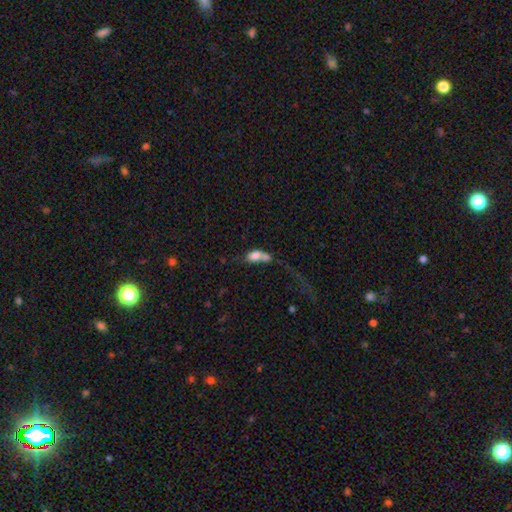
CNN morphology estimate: The model was most divided on "merging": merger: 61%, none: 16%, major disturbance: 14%, minor disturbance: 9%. More confident: how rounded — in between (81%); smooth or featured — smooth (73%).